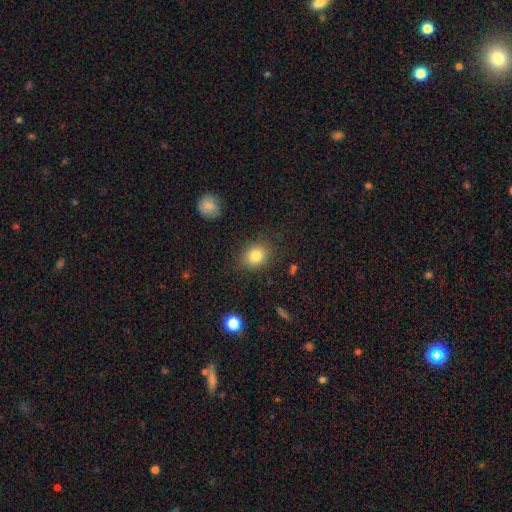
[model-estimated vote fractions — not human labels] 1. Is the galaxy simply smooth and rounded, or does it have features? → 83% smooth, 10% star or artifact, 7% featured or disk.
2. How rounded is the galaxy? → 51% round, 48% in between, 1% cigar-shaped.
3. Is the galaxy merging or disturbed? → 82% none, 13% minor disturbance, 4% major disturbance, 2% merger.